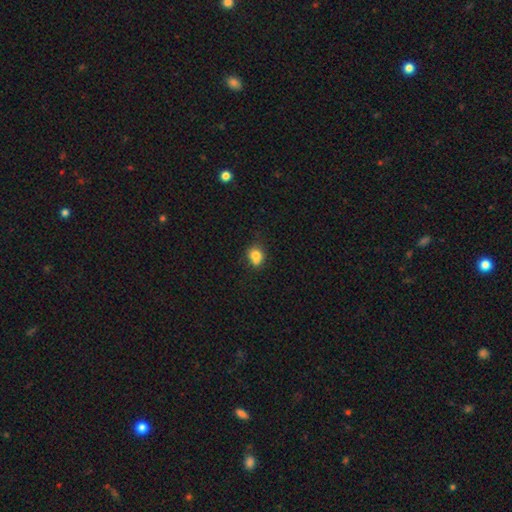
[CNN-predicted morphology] smooth_or_featured: smooth (p=0.77) [alt: featured or disk p=0.12]
how_rounded: round (p=0.71) [alt: in between p=0.28]
merging: none (p=0.49) [alt: merger p=0.31]